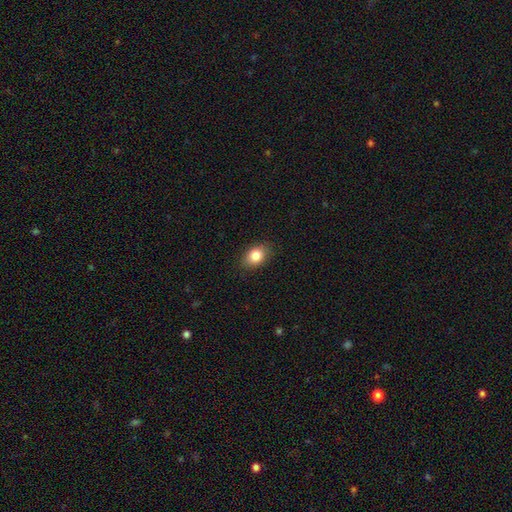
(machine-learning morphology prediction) This is clearly a smooth galaxy (84%). How rounded: likely in between (75%). Merging: clearly none (86%).